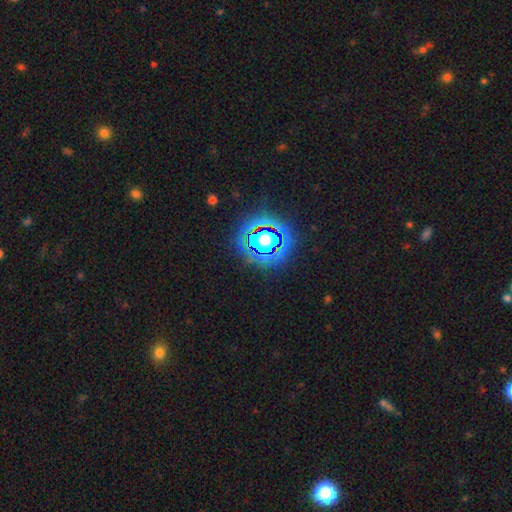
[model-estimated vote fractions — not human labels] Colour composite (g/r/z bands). It shows a star or artifact, not a galaxy (81%).